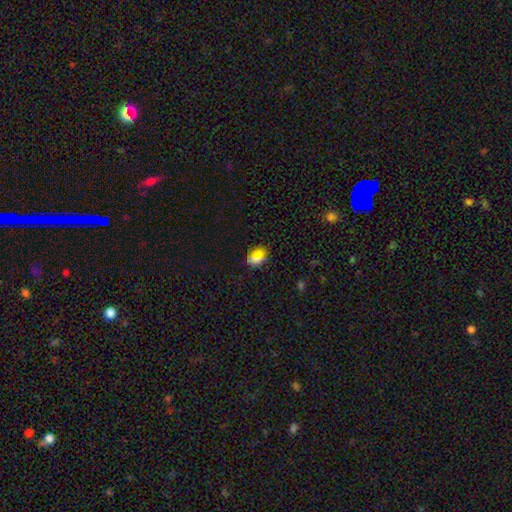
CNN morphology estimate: type=smooth (71%); roundness=in between (72%); merging=none (82%).